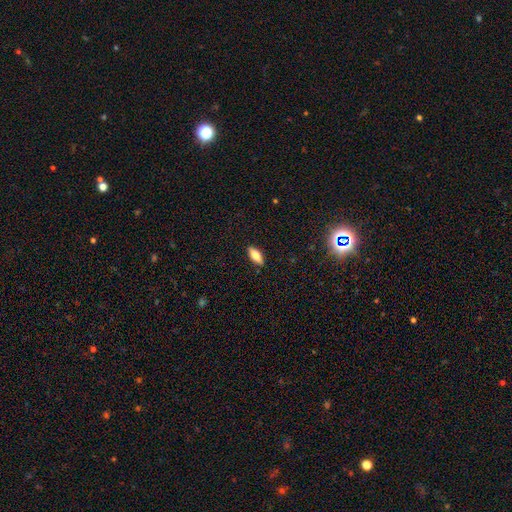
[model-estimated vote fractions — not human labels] Morphology: type=smooth (73%); roundness=in between (71%); merging=none (88%).